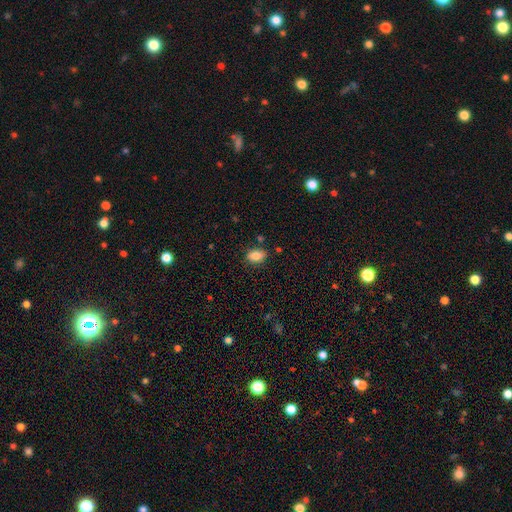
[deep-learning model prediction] Overall: smooth (84%). How rounded: in between (81%). Merging: none (80%).